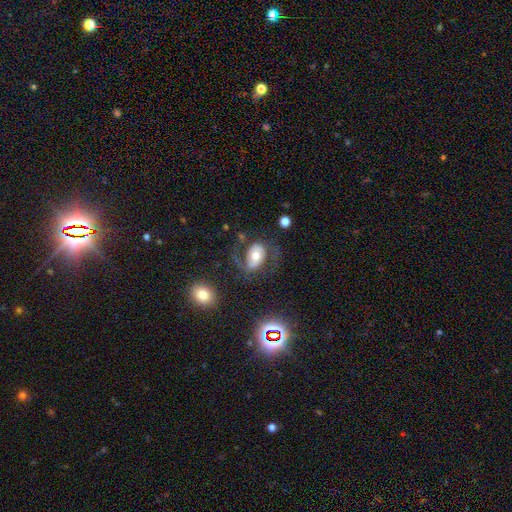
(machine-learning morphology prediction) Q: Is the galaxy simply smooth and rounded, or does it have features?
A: featured or disk — 62%.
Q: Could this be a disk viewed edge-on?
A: no — 95%.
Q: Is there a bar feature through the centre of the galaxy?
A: no — 50%.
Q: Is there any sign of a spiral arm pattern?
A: yes — 81%.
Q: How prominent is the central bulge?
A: moderate — 66%.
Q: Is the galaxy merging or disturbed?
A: none — 58%.